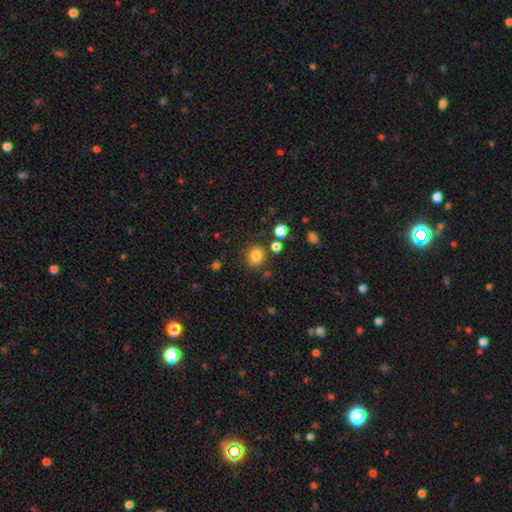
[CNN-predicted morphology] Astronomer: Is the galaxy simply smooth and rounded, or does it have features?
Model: smooth — 82%.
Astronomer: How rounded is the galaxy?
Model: round — 73%.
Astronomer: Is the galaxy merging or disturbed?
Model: none — 80%.